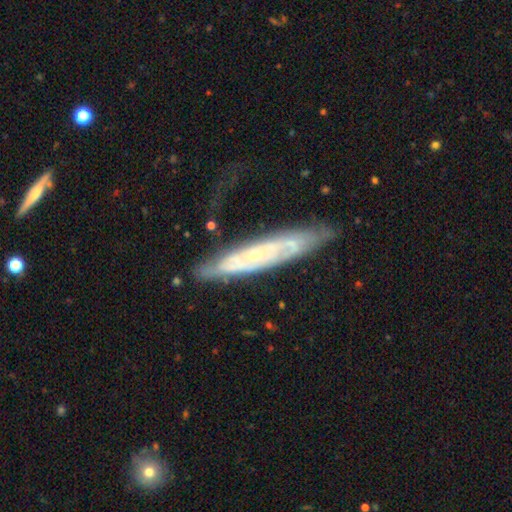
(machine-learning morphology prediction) Smooth or featured? featured or disk (79%)
Edge-on disk? no (61%)
Merging? none (61%)